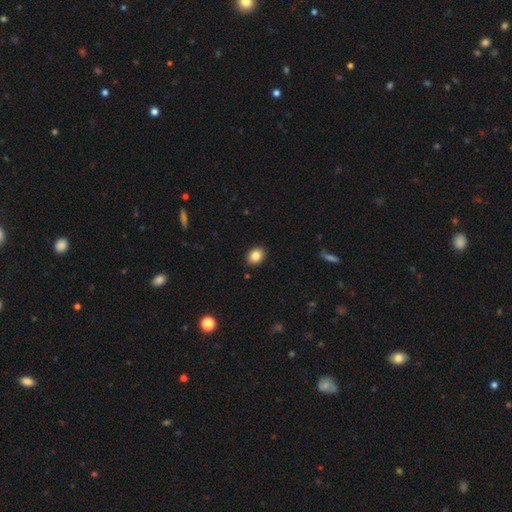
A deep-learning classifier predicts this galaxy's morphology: A smooth galaxy with no disk features (85%) that is in between round and cigar-shaped (54%).

Vote fractions:
- Smooth or featured? smooth: 85% / star or artifact: 9% / featured or disk: 6%
- How rounded? in between: 54% / round: 45% / cigar-shaped: 1%
- Merging? none: 90% / minor disturbance: 7% / major disturbance: 2% / merger: 1%